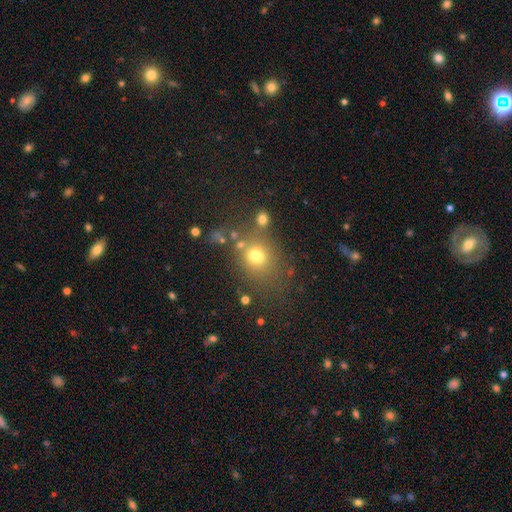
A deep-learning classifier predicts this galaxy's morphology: smooth_or_featured: smooth (p=0.64) [alt: star or artifact p=0.20]
how_rounded: round (p=0.57) [alt: in between p=0.42]
merging: none (p=0.55) [alt: merger p=0.20]